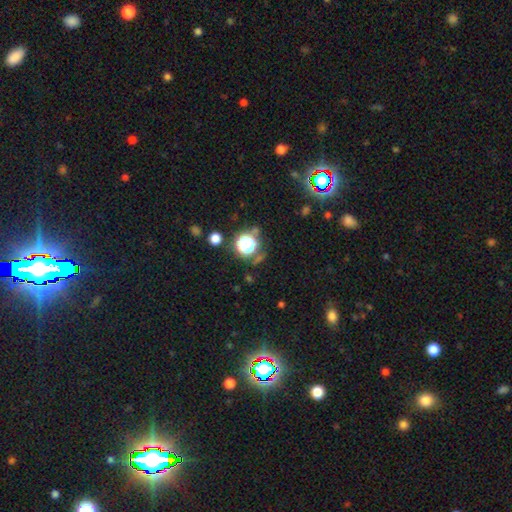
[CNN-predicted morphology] Smooth or featured? Predicted: star or artifact (p=0.68).